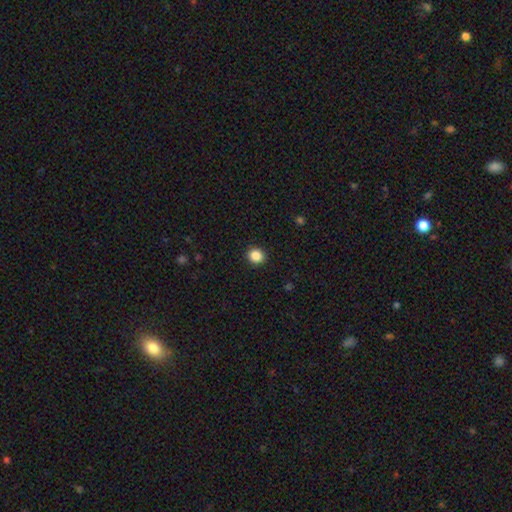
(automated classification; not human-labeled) smooth-or-featured: smooth: 86% | star or artifact: 10% | featured or disk: 4%
  how-rounded: round: 80% | in between: 19% | cigar-shaped: 1%
  merging: none: 92% | minor disturbance: 5% | major disturbance: 2% | merger: 1%